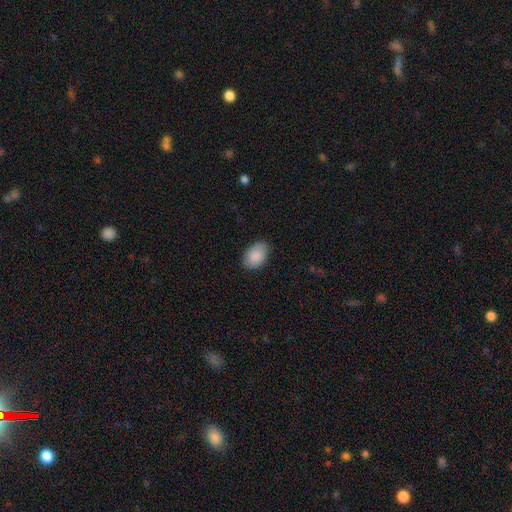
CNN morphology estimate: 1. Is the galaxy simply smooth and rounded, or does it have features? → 88% smooth, 6% star or artifact, 6% featured or disk.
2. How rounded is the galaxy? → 89% in between, 10% round, 1% cigar-shaped.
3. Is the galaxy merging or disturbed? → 83% none, 13% minor disturbance, 3% major disturbance, 1% merger.